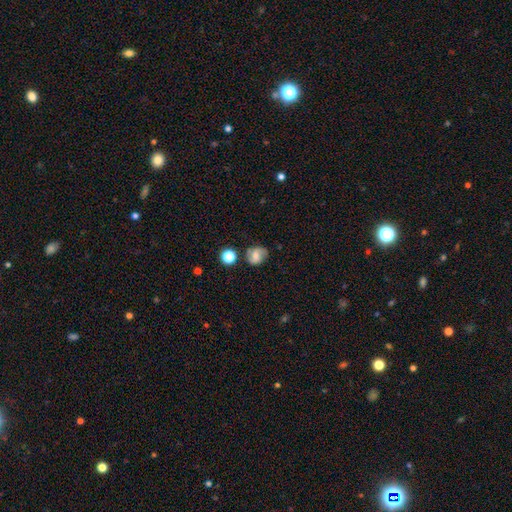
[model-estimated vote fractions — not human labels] smooth_or_featured: smooth (p=0.48) [alt: featured or disk p=0.41]
merging: none (p=0.72) [alt: minor disturbance p=0.19]